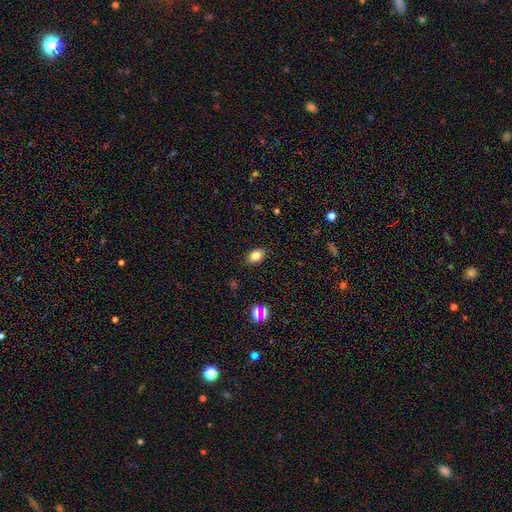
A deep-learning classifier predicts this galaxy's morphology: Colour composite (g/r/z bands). It shows a smooth galaxy with no disk features (81%) that is in between round and cigar-shaped (75%). Merging: none (87%).